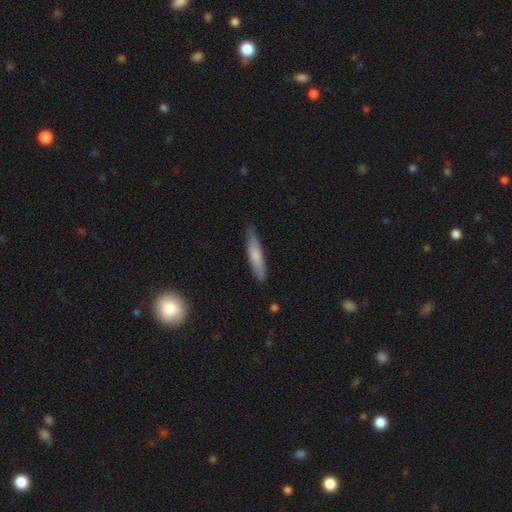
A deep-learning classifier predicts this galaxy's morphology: Overall: smooth (67%). How rounded: cigar-shaped (88%). Merging: none (81%).